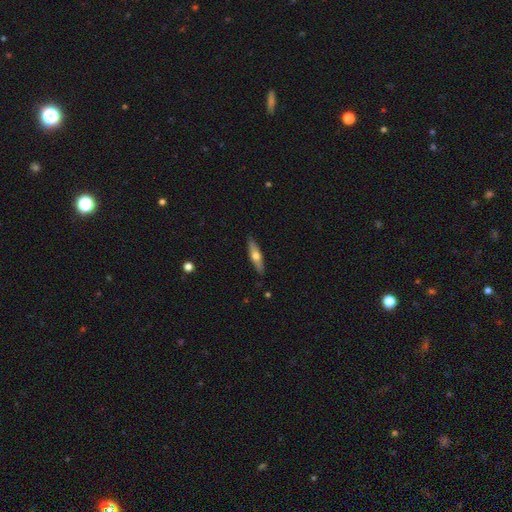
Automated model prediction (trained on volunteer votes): This is possibly a smooth galaxy (50%). Merging: clearly none (89%).